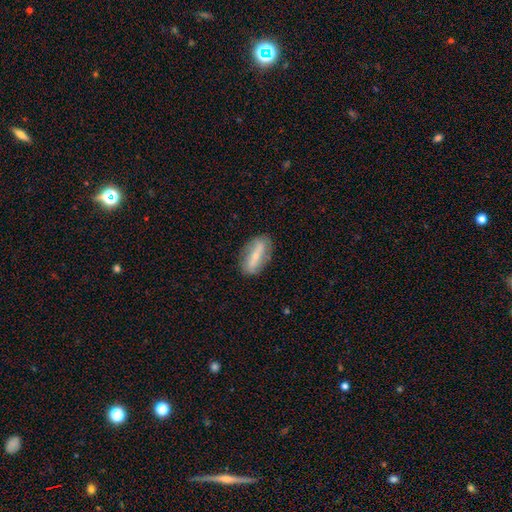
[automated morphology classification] The model was most divided on "smooth or featured": featured or disk: 56%, smooth: 37%, star or artifact: 7%. More confident: merging — none (82%); edge-on disk — no (77%).